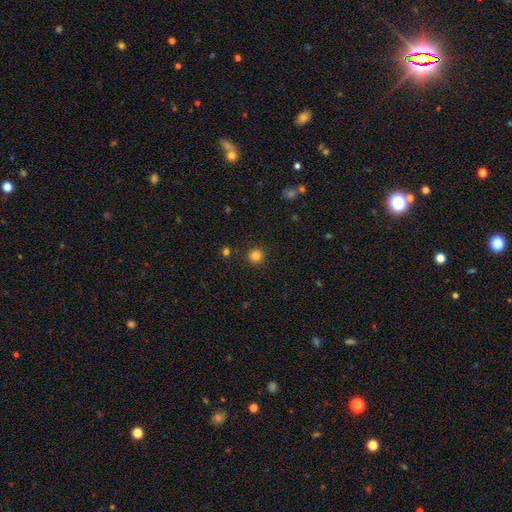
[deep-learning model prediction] This is clearly a smooth galaxy (83%). How rounded: clearly round (95%). Merging: clearly none (91%).